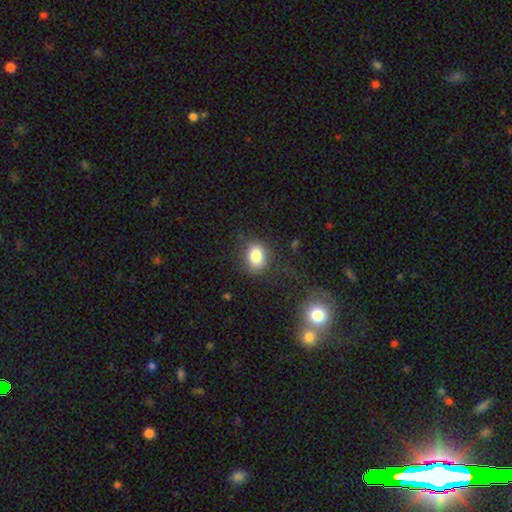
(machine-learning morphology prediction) This appears to be a smooth galaxy with no disk features (83%) that is in between round and cigar-shaped (61%). Merging: none (76%).